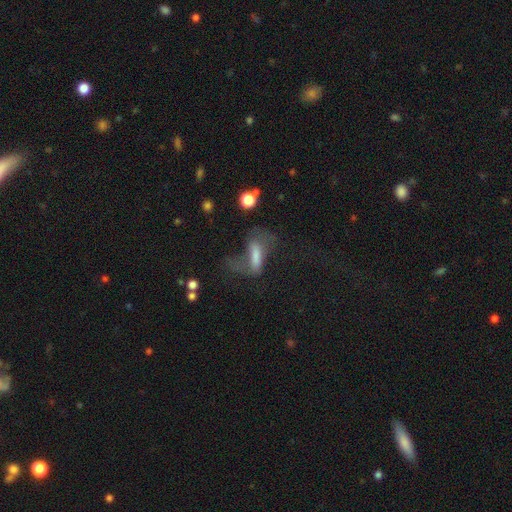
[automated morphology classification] Overall: smooth (46%; featured or disk 38%). Merging: major disturbance (44%; none 30%).